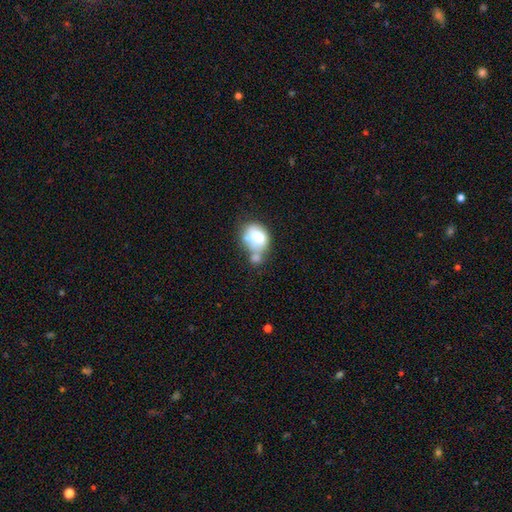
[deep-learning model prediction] smooth 63%, star or artifact 24%, featured or disk 13%. Down the decision tree: how rounded — round (59%); merging — none (56%).